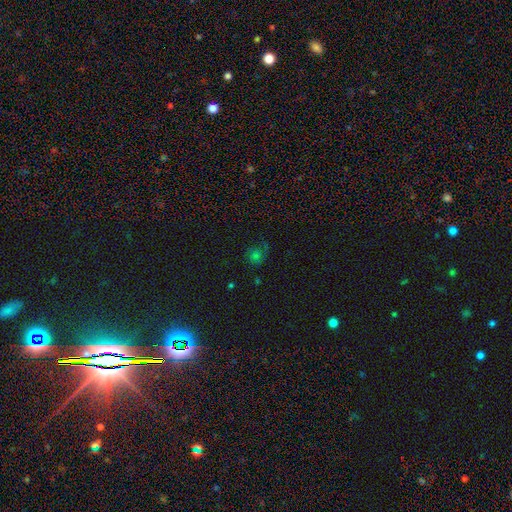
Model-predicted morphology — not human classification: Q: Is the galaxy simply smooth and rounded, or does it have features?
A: smooth — 47%.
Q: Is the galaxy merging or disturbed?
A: none — 63%.